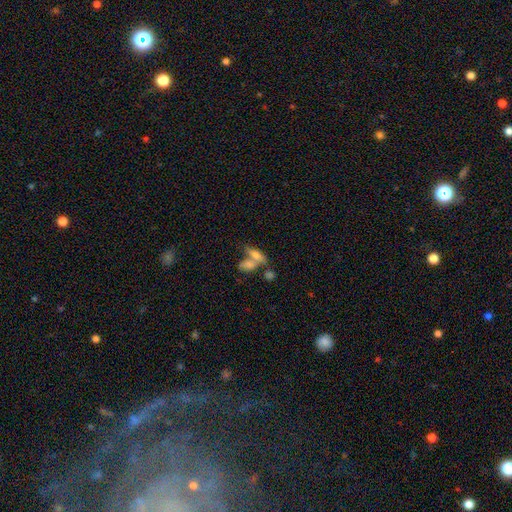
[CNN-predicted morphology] type=smooth (60%); roundness=in between (63%); merging=merger (48%).